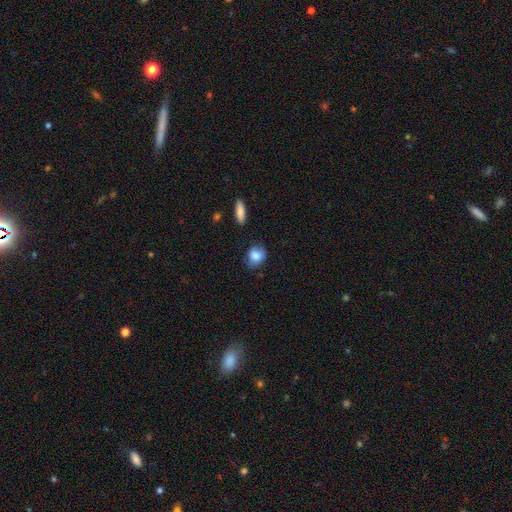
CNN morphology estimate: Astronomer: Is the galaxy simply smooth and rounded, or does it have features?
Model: smooth — 77%.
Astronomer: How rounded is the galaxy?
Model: in between — 51% (runner-up: round, 47%).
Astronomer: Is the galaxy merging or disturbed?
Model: none — 66%.